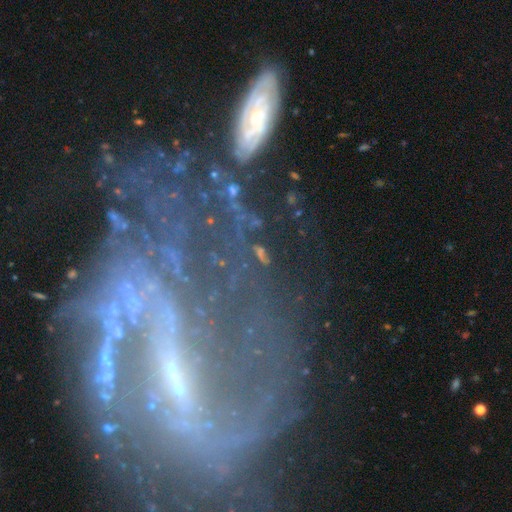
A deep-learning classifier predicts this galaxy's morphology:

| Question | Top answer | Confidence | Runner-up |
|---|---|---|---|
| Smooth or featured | featured or disk | 72% | star or artifact (15%) |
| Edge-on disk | no | 88% | yes (12%) |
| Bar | strong | 42% | no (30%) |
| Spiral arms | yes | 75% | no (25%) |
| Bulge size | small | 63% | moderate (17%) |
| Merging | none | 55% | major disturbance (19%) |